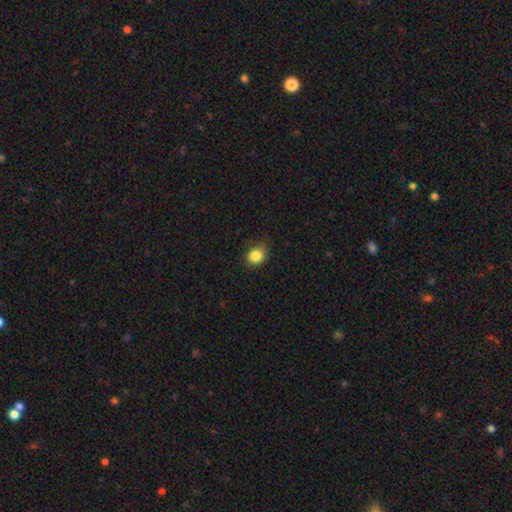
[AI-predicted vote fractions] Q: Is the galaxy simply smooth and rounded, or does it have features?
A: smooth — 85%.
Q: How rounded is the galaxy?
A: round — 66%.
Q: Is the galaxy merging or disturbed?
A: none — 78%.